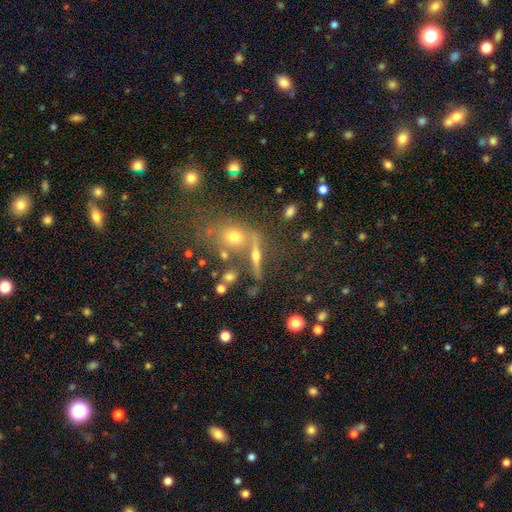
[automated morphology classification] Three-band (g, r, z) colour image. It shows a featured or disk galaxy (61%) viewed edge-on (89%) with a rounded central bulge (94%). Merging: none (73%).